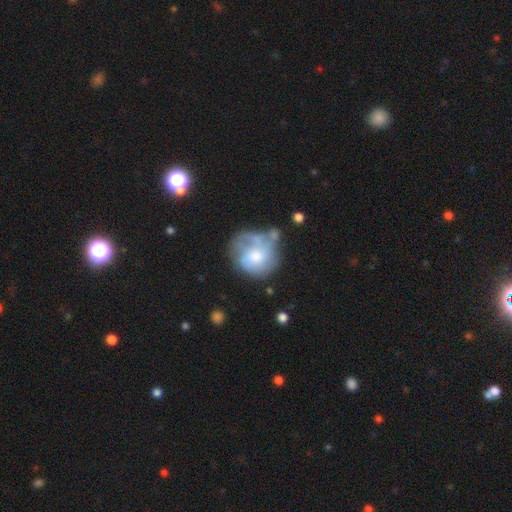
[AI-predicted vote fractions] This is possibly a featured or disk galaxy (48%). Merging: marginally none (38%).